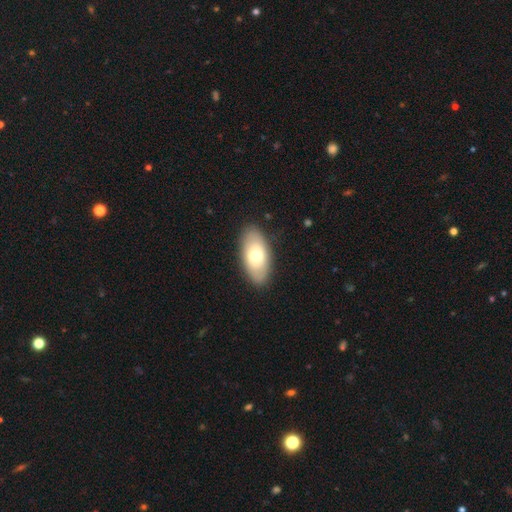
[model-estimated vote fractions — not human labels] Q: Smooth or featured?
A: smooth (68%); runner-up: featured or disk (26%)
Q: How rounded?
A: in between (93%); runner-up: cigar-shaped (4%)
Q: Merging?
A: none (86%); runner-up: minor disturbance (10%)